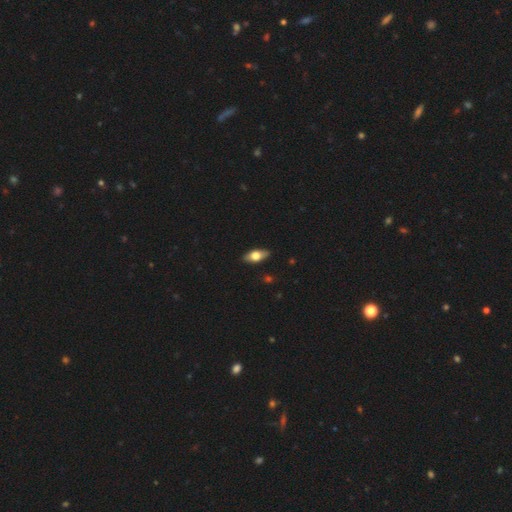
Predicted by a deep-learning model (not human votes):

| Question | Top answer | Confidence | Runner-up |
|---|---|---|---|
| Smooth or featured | smooth | 60% | featured or disk (34%) |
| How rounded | in between | 82% | cigar-shaped (14%) |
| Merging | none | 87% | minor disturbance (10%) |